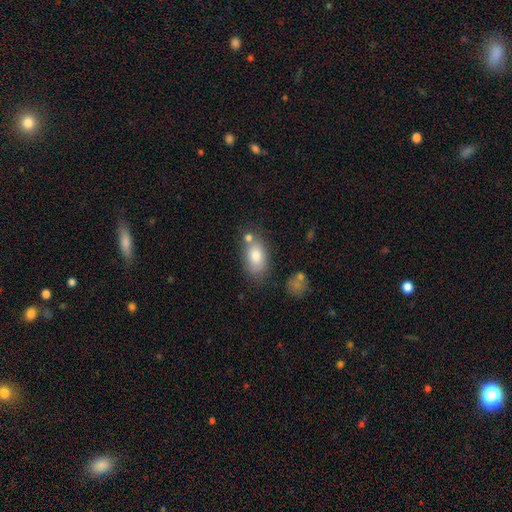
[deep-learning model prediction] This is likely a smooth galaxy (80%). How rounded: clearly in between (89%). Merging: likely none (62%).